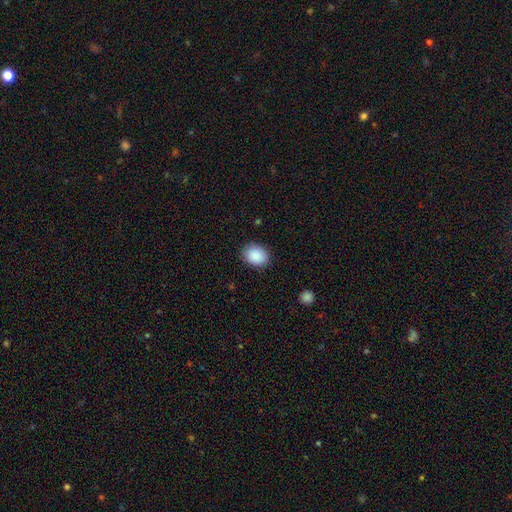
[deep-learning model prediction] Smooth or featured? Predicted: smooth (p=0.89). How rounded? Predicted: in between (p=0.52). Merging? Predicted: none (p=0.86).